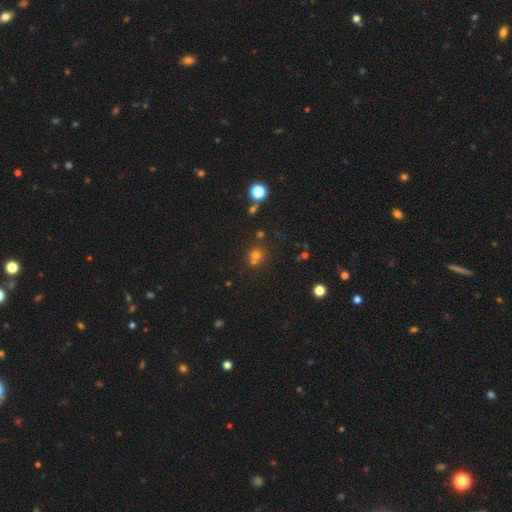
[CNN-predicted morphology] smooth_or_featured: smooth (p=0.65) [alt: star or artifact p=0.24]
how_rounded: round (p=0.83) [alt: in between p=0.16]
merging: none (p=0.56) [alt: merger p=0.32]